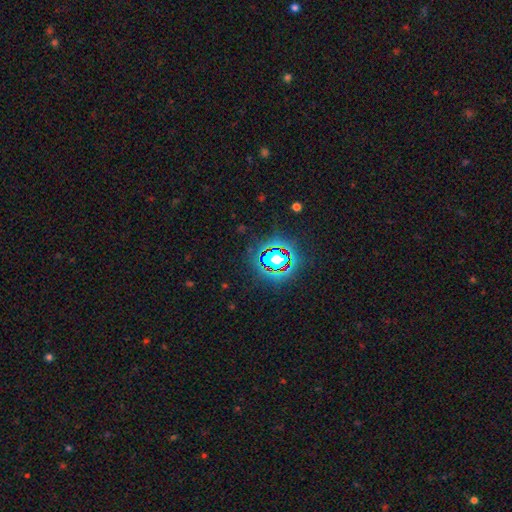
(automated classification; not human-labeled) Smooth or featured: star or artifact — 79% (smooth — 13%)